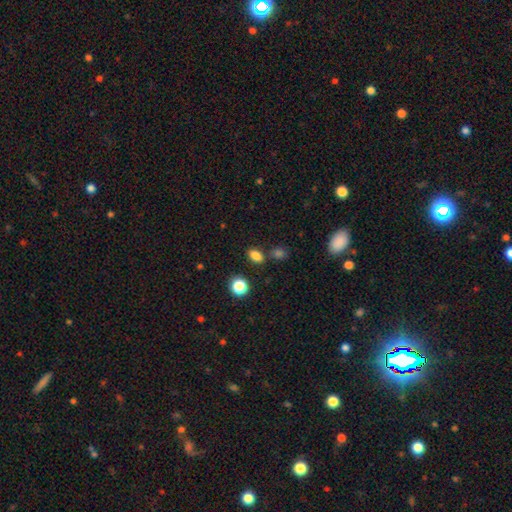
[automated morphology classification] The model was most divided on "how rounded": in between: 77%, round: 21%, cigar-shaped: 2%. More confident: smooth or featured — smooth (81%); merging — none (77%).